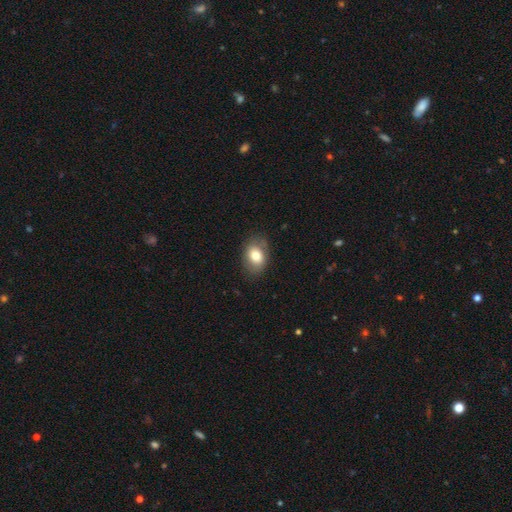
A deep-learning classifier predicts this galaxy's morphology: smooth-or-featured: smooth: 76% | featured or disk: 16% | star or artifact: 8%
  how-rounded: in between: 77% | round: 22% | cigar-shaped: 1%
  merging: none: 77% | minor disturbance: 17% | major disturbance: 5% | merger: 1%